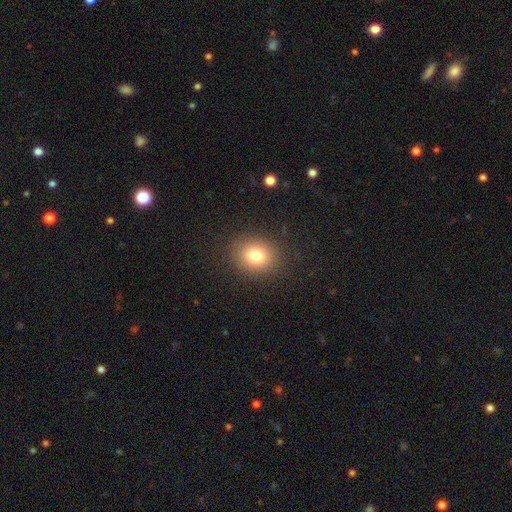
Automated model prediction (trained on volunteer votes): smooth 78%, star or artifact 13%, featured or disk 9%. Down the decision tree: how rounded — round (65%); merging — none (88%).